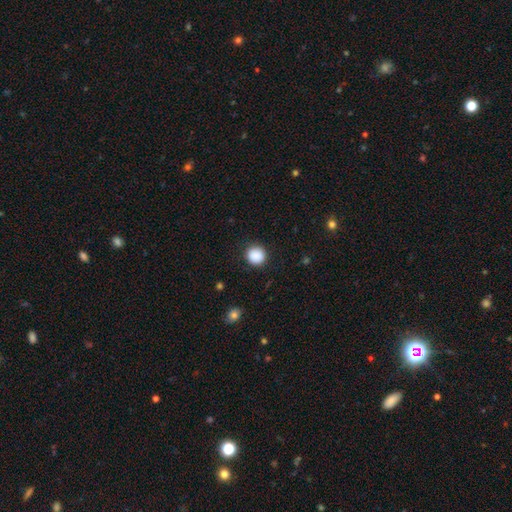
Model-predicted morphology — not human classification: Smooth or featured: smooth — 89% (star or artifact — 9%)
How rounded: round — 92% (in between — 7%)
Merging: none — 89% (minor disturbance — 7%)